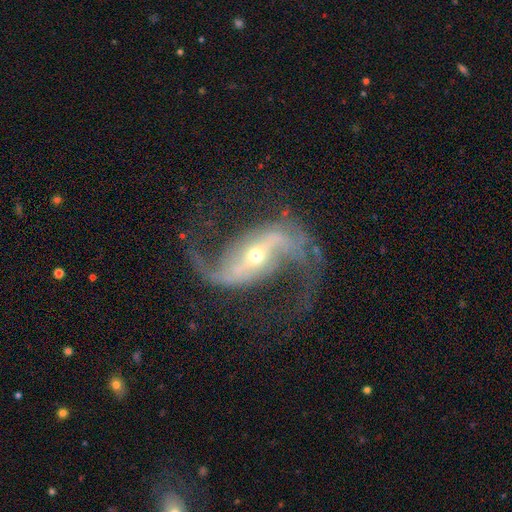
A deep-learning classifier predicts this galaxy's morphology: Q: Smooth or featured?
A: featured or disk (92%); runner-up: star or artifact (5%)
Q: Edge-on disk?
A: no (97%); runner-up: yes (3%)
Q: Bar?
A: strong (57%); runner-up: weak (27%)
Q: Spiral arms?
A: yes (98%); runner-up: no (2%)
Q: Spiral winding?
A: loose (63%); runner-up: medium (30%)
Q: Spiral arm count?
A: 2 (94%); runner-up: 1 (1%)
Q: Bulge size?
A: small (67%); runner-up: moderate (29%)
Q: Merging?
A: none (77%); runner-up: minor disturbance (12%)